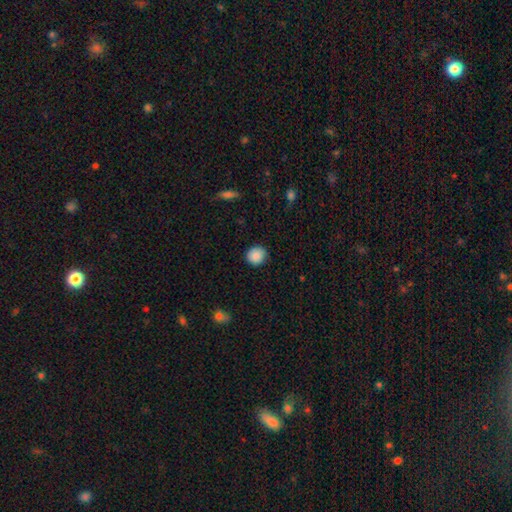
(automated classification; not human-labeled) Smooth or featured? Predicted: smooth (p=0.88). How rounded? Predicted: round (p=0.88). Merging? Predicted: none (p=0.88).